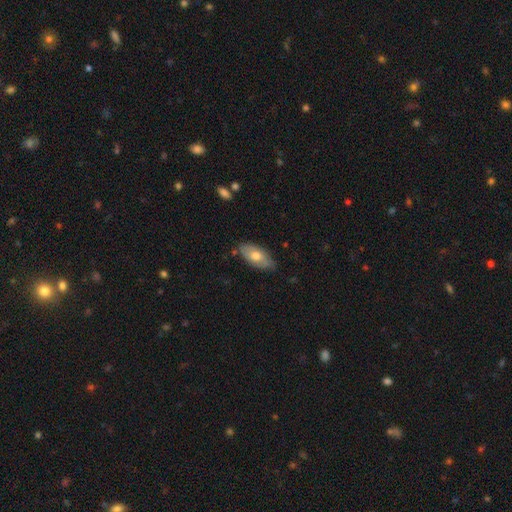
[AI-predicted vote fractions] A smooth galaxy with no disk features (60%) that is in between round and cigar-shaped (91%). Merging: none (75%).